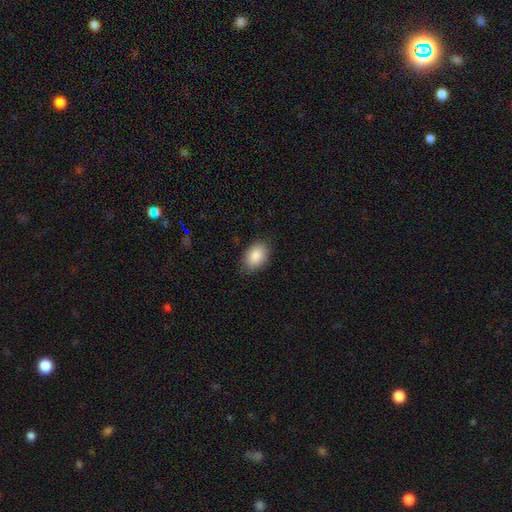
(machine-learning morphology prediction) Smooth or featured? smooth (88%)
How rounded? in between (86%)
Merging? none (82%)